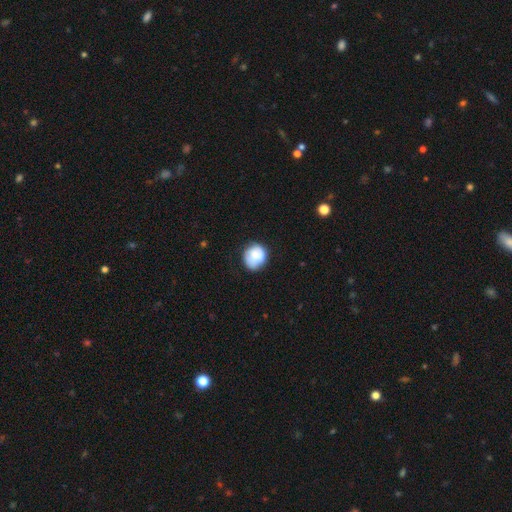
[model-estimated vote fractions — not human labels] Smooth or featured? smooth (79%)
How rounded? round (79%)
Merging? none (67%)